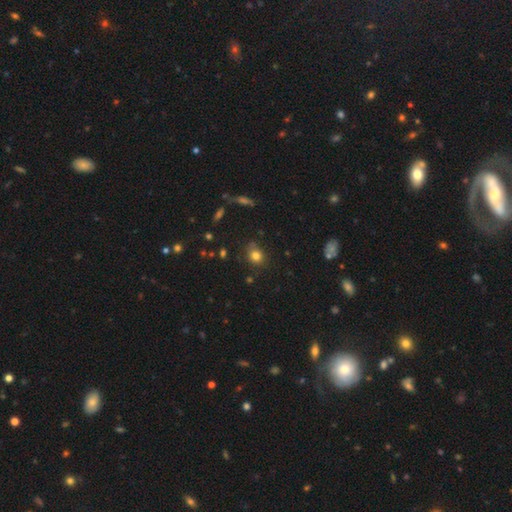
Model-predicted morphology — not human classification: Smooth or featured? smooth (79%)
How rounded? round (70%)
Merging? none (75%)